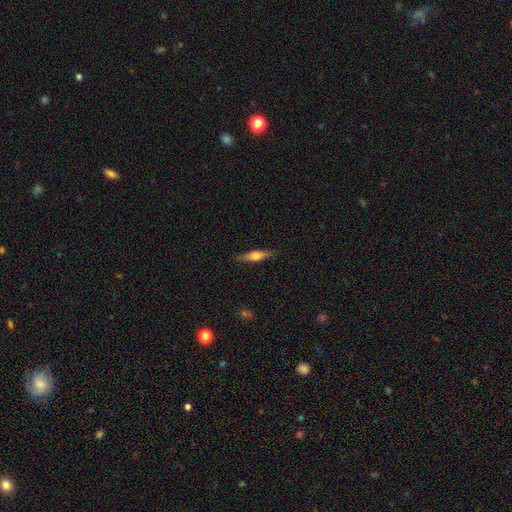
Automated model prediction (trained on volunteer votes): Q: Smooth or featured?
A: featured or disk (48%); runner-up: smooth (46%)
Q: Merging?
A: none (88%); runner-up: minor disturbance (9%)